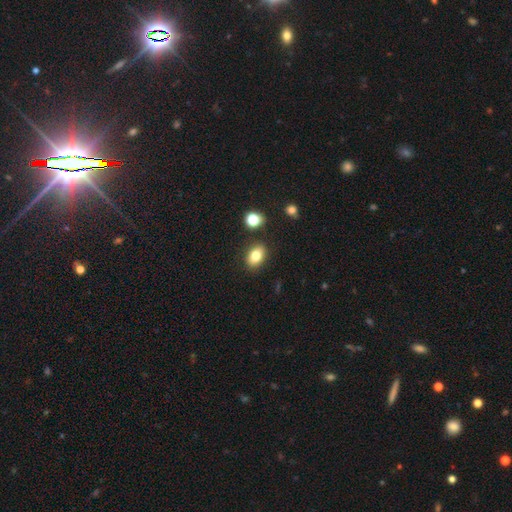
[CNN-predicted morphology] A smooth galaxy with no disk features (80%) that is in between round and cigar-shaped (77%).

Vote fractions:
- Smooth or featured? smooth: 80% / star or artifact: 10% / featured or disk: 10%
- How rounded? in between: 77% / round: 21% / cigar-shaped: 1%
- Merging? none: 85% / minor disturbance: 9% / merger: 3% / major disturbance: 2%